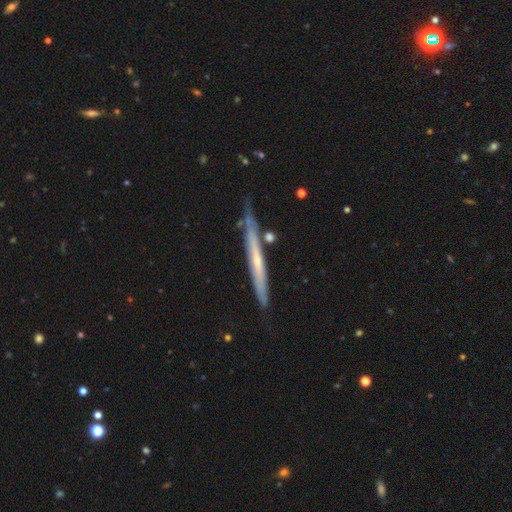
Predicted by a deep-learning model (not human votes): This is likely a featured or disk galaxy (68%). It is clearly viewed edge-on (89%). Edge-on bulge: possibly none (57%). Merging: likely none (75%).